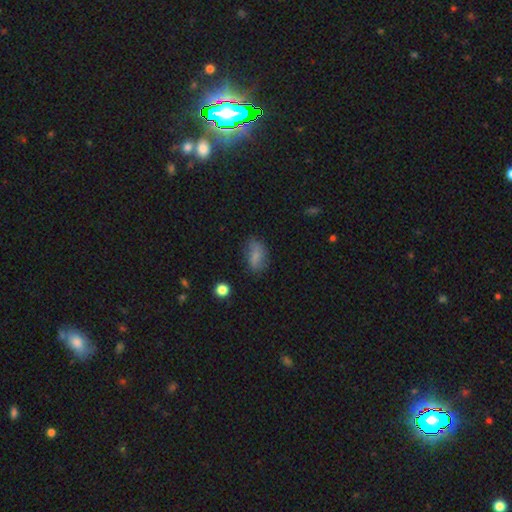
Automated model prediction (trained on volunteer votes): A smooth galaxy with no disk features (70%) that is in between round and cigar-shaped (86%).

Vote fractions:
- Smooth or featured? smooth: 70% / featured or disk: 19% / star or artifact: 11%
- How rounded? in between: 86% / round: 9% / cigar-shaped: 5%
- Merging? none: 66% / minor disturbance: 24% / major disturbance: 7% / merger: 2%